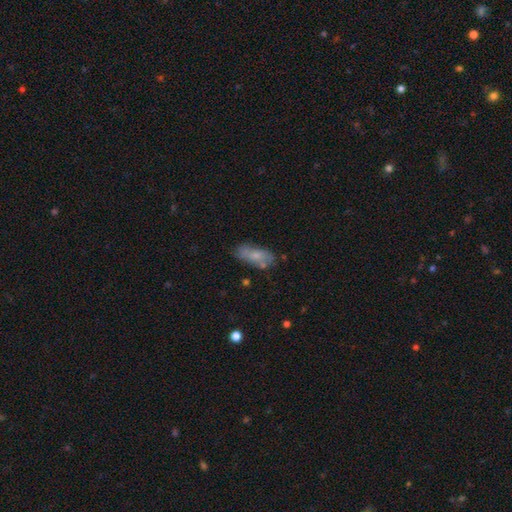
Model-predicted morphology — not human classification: Smooth or featured: smooth — 64% (featured or disk — 28%)
How rounded: in between — 75% (cigar-shaped — 22%)
Merging: none — 62% (minor disturbance — 23%)